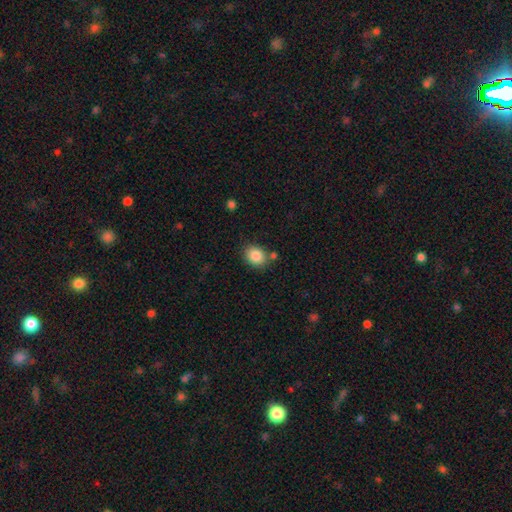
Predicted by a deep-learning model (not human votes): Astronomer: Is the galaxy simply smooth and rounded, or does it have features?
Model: smooth — 86%.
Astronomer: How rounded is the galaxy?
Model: round — 54% (runner-up: in between, 45%).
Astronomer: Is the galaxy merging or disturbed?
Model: none — 77%.